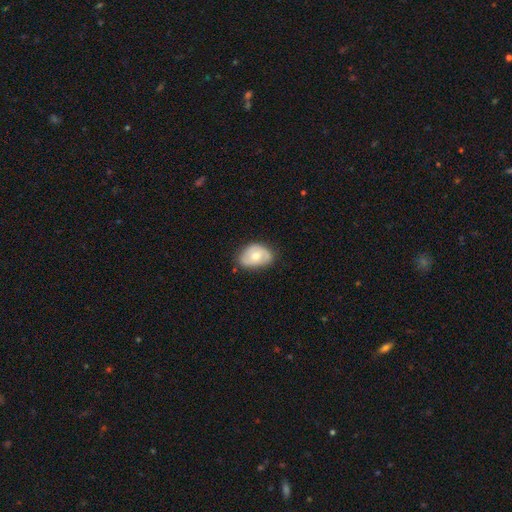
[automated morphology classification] Smooth or featured? Predicted: smooth (p=0.54). How rounded? Predicted: in between (p=0.78). Merging? Predicted: none (p=0.67).